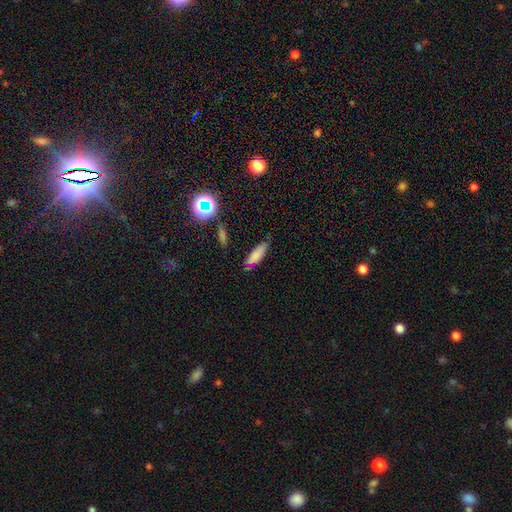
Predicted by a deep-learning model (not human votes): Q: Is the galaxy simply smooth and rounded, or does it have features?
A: smooth — 77%.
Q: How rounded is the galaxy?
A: cigar-shaped — 52%.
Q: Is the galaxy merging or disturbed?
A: none — 70%.